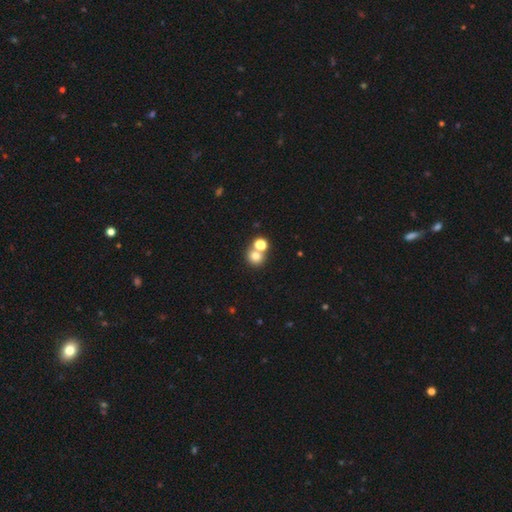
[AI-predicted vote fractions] A smooth galaxy with no disk features (74%) that is round (85%).

Vote fractions:
- Smooth or featured? smooth: 74% / star or artifact: 16% / featured or disk: 10%
- How rounded? round: 85% / in between: 15% / cigar-shaped: 1%
- Merging? none: 52% / merger: 39% / minor disturbance: 6% / major disturbance: 3%